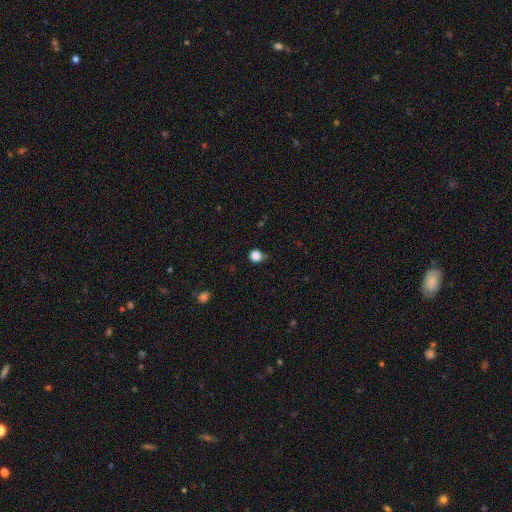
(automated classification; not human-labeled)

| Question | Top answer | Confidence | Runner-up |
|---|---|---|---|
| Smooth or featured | smooth | 85% | star or artifact (12%) |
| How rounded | round | 90% | in between (9%) |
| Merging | none | 73% | minor disturbance (20%) |